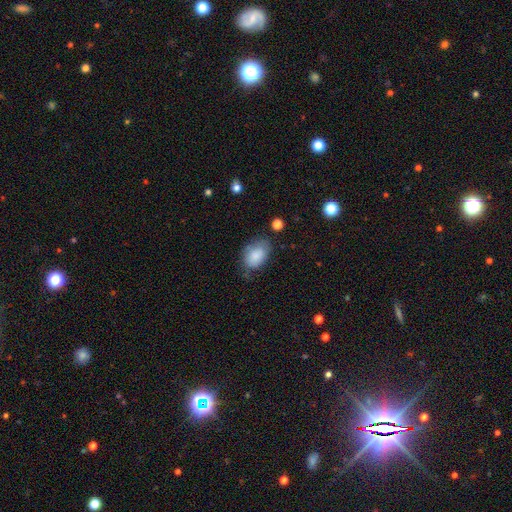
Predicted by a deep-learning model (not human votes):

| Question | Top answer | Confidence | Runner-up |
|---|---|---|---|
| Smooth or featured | smooth | 82% | featured or disk (10%) |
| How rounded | in between | 85% | round (14%) |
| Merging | none | 61% | minor disturbance (28%) |